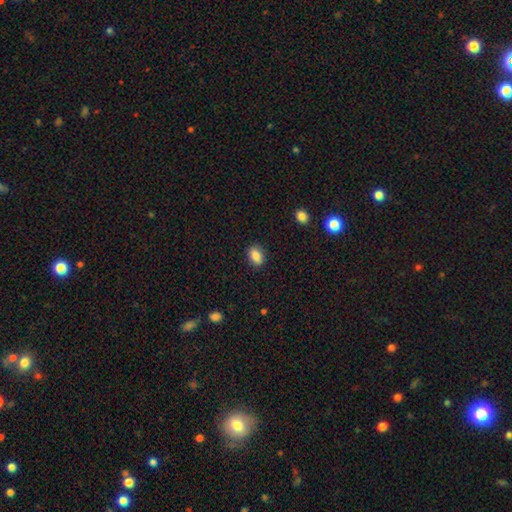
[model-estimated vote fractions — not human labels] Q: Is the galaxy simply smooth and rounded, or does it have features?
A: smooth — 86%.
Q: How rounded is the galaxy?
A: in between — 79%.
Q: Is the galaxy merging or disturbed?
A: none — 87%.